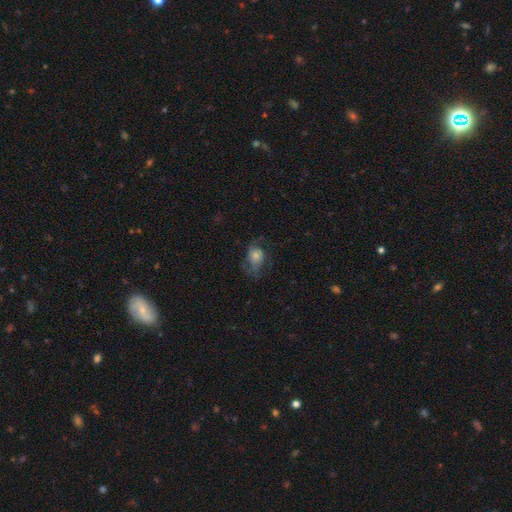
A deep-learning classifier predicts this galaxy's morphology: The model was most divided on "smooth or featured": featured or disk: 49%, smooth: 39%, star or artifact: 12%. More confident: merging — none (54%).